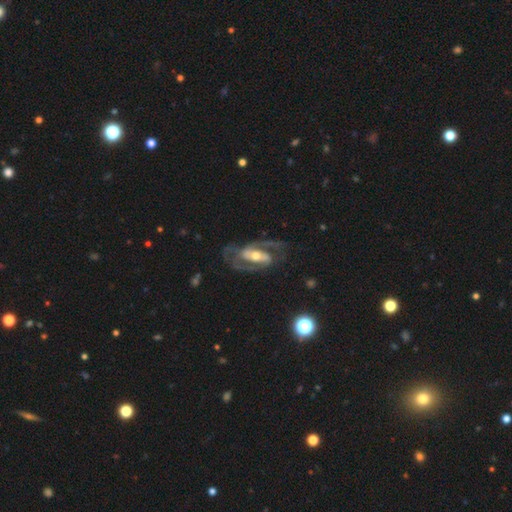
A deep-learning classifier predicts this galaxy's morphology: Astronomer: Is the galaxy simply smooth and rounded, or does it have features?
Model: featured or disk — 86%.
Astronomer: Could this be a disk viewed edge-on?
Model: no — 95%.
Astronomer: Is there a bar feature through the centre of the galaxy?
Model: strong — 41% (runner-up: weak, 31%).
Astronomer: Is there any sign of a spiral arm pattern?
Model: yes — 91%.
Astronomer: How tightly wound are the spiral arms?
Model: medium — 51%.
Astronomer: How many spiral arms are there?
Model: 2 — 84%.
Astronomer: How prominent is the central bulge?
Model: moderate — 65%.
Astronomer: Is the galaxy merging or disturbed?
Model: none — 63%.